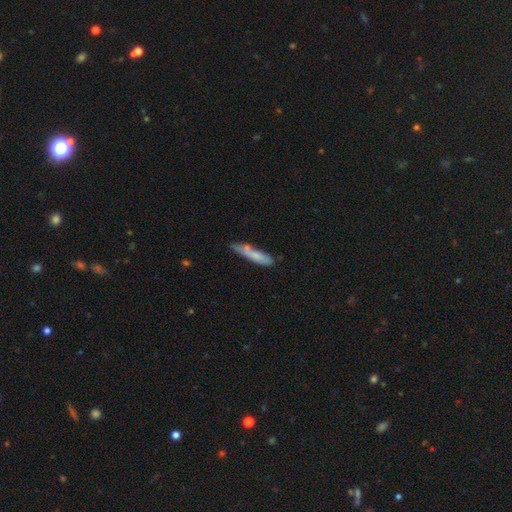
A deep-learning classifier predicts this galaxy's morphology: Q: Smooth or featured?
A: smooth (72%); runner-up: featured or disk (22%)
Q: How rounded?
A: cigar-shaped (82%); runner-up: in between (17%)
Q: Merging?
A: none (55%); runner-up: minor disturbance (26%)